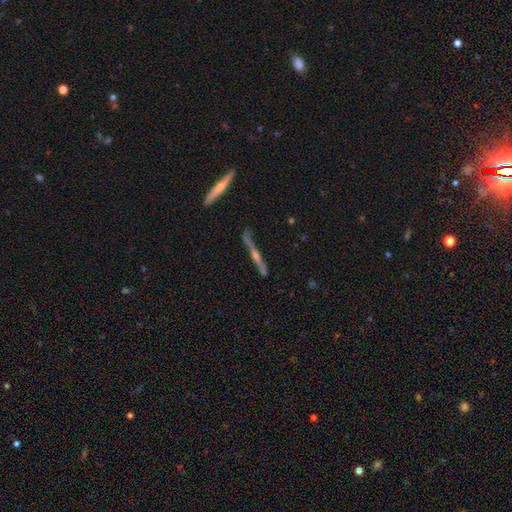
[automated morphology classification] Q: Smooth or featured?
A: featured or disk (76%); runner-up: smooth (17%)
Q: Edge-on disk?
A: yes (96%); runner-up: no (4%)
Q: Edge-on bulge?
A: rounded (80%); runner-up: none (12%)
Q: Merging?
A: none (78%); runner-up: minor disturbance (15%)